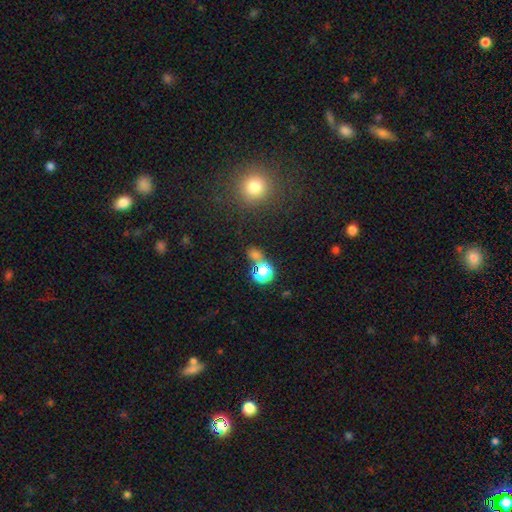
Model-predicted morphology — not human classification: Smooth or featured? smooth (60%)
How rounded? round (72%)
Merging? none (65%)